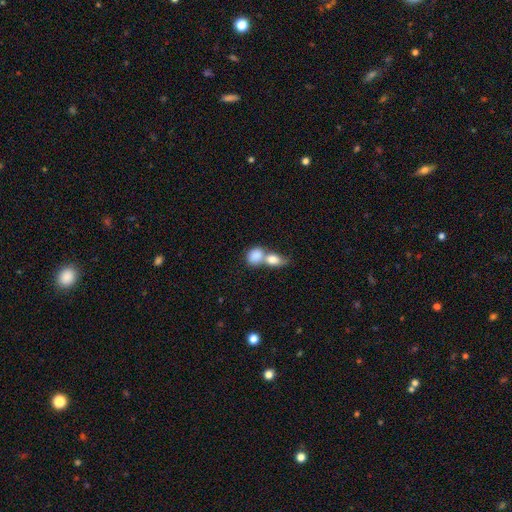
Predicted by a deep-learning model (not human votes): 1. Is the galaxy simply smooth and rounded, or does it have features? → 82% smooth, 11% featured or disk, 7% star or artifact.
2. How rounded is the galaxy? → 63% in between, 34% round, 3% cigar-shaped.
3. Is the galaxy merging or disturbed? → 71% merger, 19% none, 6% minor disturbance, 4% major disturbance.